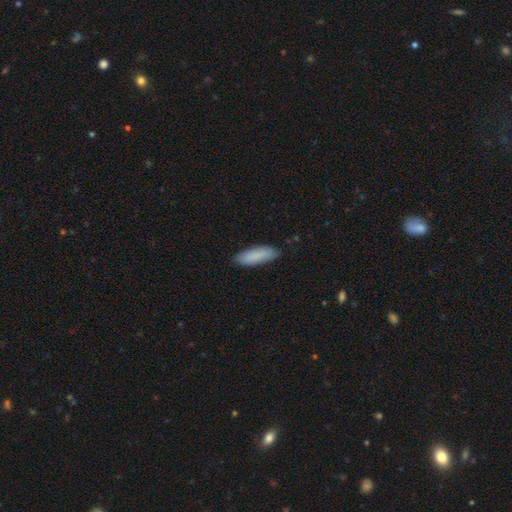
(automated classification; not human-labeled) Overall: smooth (87%). How rounded: in between (56%; cigar-shaped 43%). Merging: none (83%).